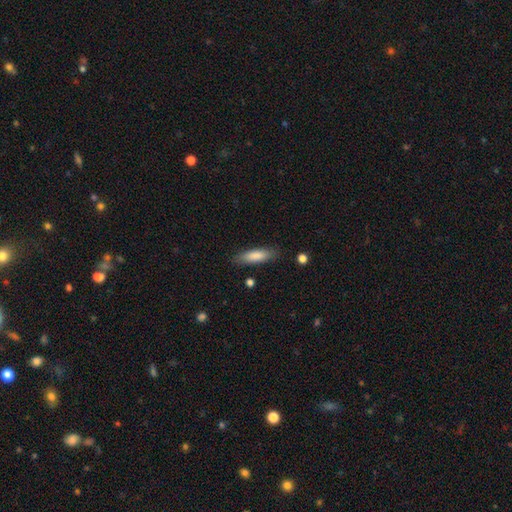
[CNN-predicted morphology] The model was most divided on "how rounded": cigar-shaped: 58%, in between: 40%, round: 2%. More confident: merging — none (84%); smooth or featured — smooth (84%).